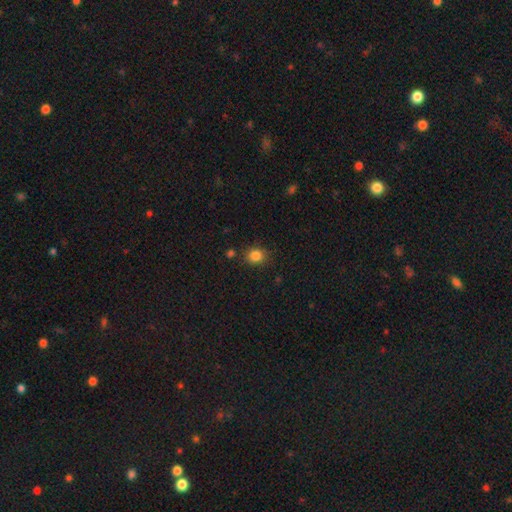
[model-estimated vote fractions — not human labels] Morphology: type=smooth (84%); roundness=round (72%); merging=none (81%).